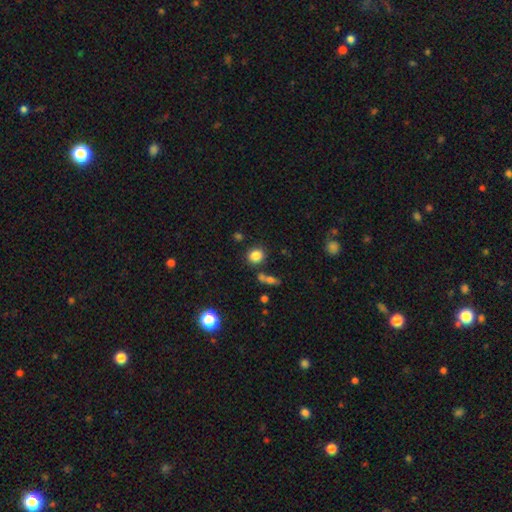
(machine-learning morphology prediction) Q: Smooth or featured?
A: smooth (83%); runner-up: star or artifact (12%)
Q: How rounded?
A: round (80%); runner-up: in between (19%)
Q: Merging?
A: none (79%); runner-up: minor disturbance (9%)